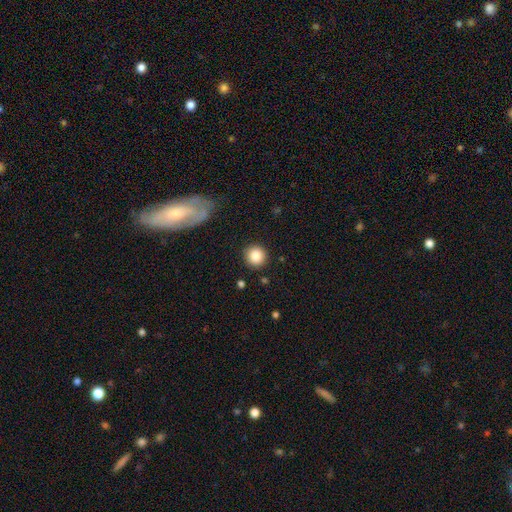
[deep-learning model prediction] Q: Smooth or featured?
A: smooth (85%); runner-up: star or artifact (9%)
Q: How rounded?
A: round (94%); runner-up: in between (5%)
Q: Merging?
A: none (90%); runner-up: minor disturbance (6%)